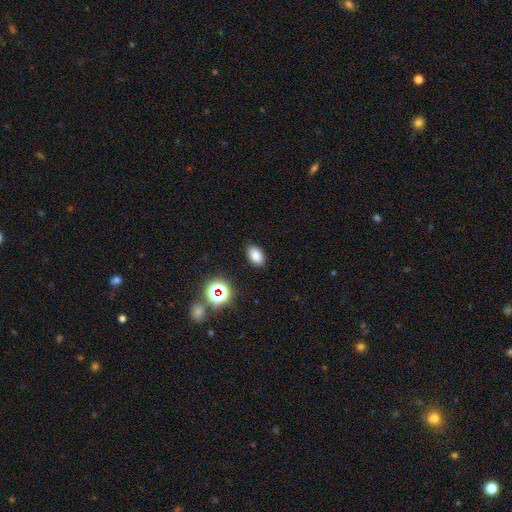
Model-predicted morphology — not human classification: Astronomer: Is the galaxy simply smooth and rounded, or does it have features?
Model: smooth — 79%.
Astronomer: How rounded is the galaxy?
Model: in between — 88%.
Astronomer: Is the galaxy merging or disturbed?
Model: none — 88%.